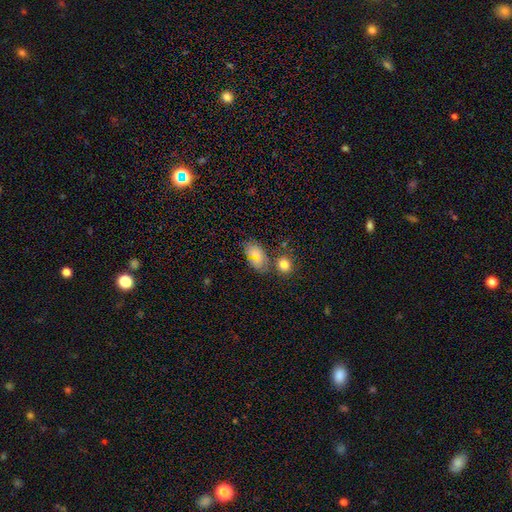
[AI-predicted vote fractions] A smooth galaxy with no disk features (68%) that is in between round and cigar-shaped (87%).

Vote fractions:
- Smooth or featured? smooth: 68% / star or artifact: 17% / featured or disk: 14%
- How rounded? in between: 87% / round: 11% / cigar-shaped: 2%
- Merging? none: 67% / minor disturbance: 17% / merger: 10% / major disturbance: 6%